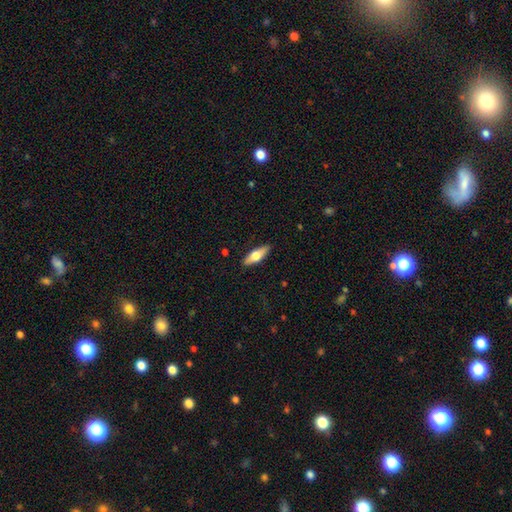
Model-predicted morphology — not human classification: smooth 57%, featured or disk 38%, star or artifact 5%. Down the decision tree: how rounded — in between (59%); merging — none (89%).